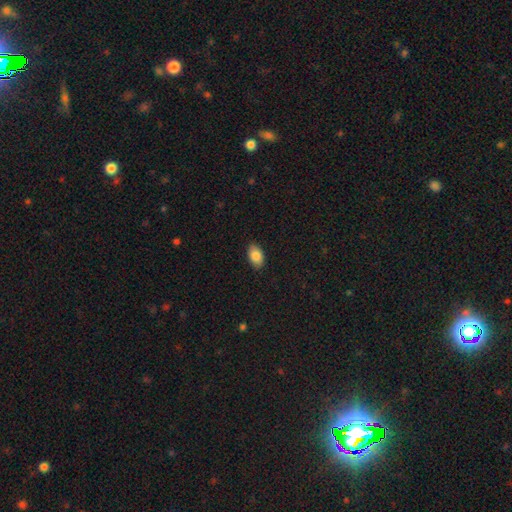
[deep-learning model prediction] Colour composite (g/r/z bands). It shows a smooth galaxy with no disk features (87%) that is in between round and cigar-shaped (92%). Merging: none (89%).